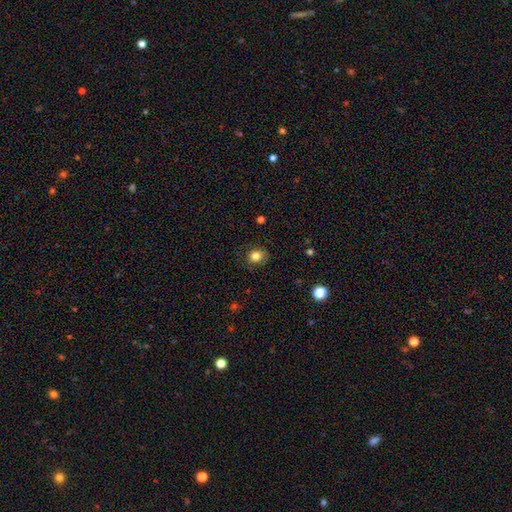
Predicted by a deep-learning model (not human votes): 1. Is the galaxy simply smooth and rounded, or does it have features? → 82% smooth, 11% star or artifact, 7% featured or disk.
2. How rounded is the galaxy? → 68% round, 31% in between, 1% cigar-shaped.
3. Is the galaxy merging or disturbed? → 82% none, 13% minor disturbance, 3% major disturbance, 1% merger.